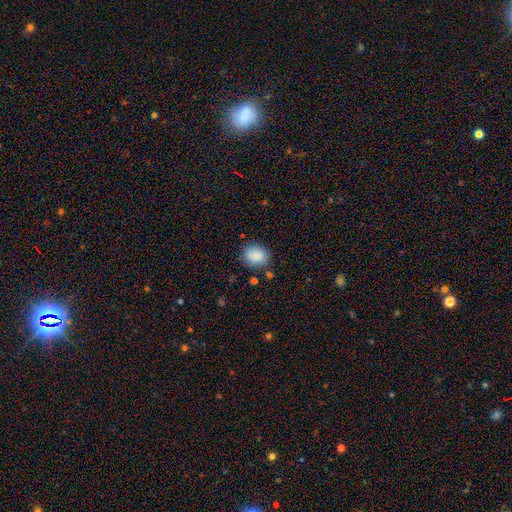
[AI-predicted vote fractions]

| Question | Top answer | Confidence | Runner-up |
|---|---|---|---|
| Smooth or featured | smooth | 88% | star or artifact (8%) |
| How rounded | in between | 55% | round (44%) |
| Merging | none | 80% | minor disturbance (14%) |